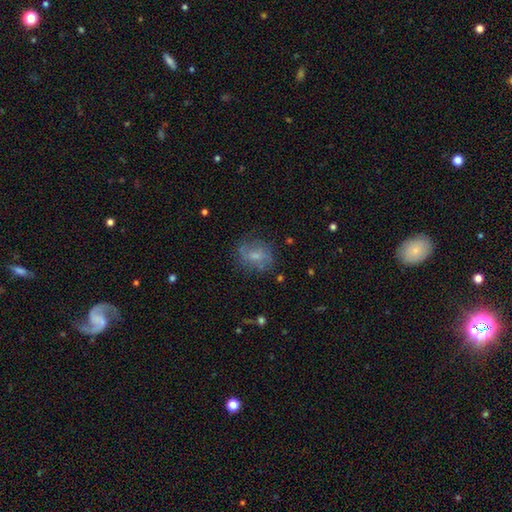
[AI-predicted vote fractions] smooth_or_featured: smooth (p=0.50) [alt: featured or disk p=0.39]
how_rounded: round (p=0.49) [tied with: in between p=0.49]
merging: none (p=0.66) [alt: minor disturbance p=0.21]